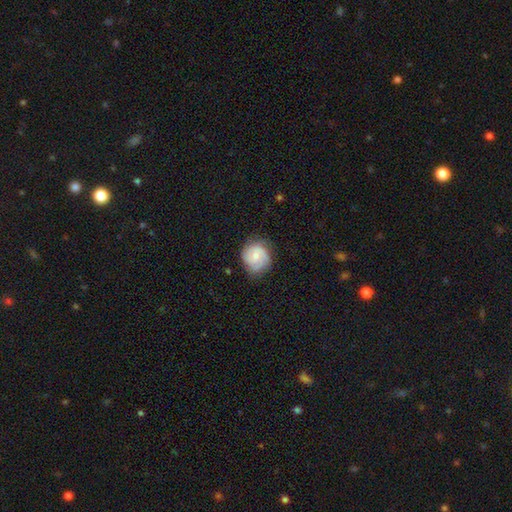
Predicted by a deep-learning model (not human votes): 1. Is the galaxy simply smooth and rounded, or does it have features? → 54% smooth, 39% featured or disk, 7% star or artifact.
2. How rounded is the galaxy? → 80% round, 19% in between, 1% cigar-shaped.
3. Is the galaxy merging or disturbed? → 68% none, 25% minor disturbance, 6% major disturbance, 1% merger.